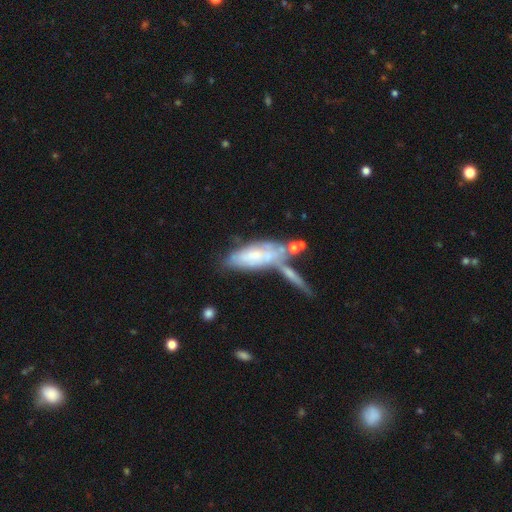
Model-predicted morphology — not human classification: Smooth or featured: smooth — 47% (featured or disk — 45%)
Merging: none — 34% (merger — 33%)